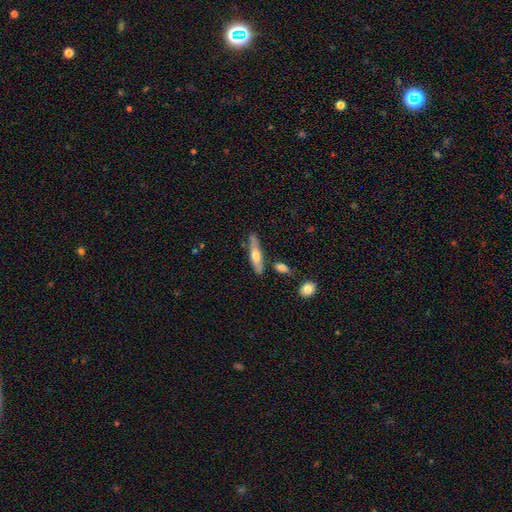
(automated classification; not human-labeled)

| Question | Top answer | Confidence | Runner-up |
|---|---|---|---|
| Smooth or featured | smooth | 52% | featured or disk (43%) |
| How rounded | cigar-shaped | 73% | in between (24%) |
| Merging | none | 78% | minor disturbance (13%) |